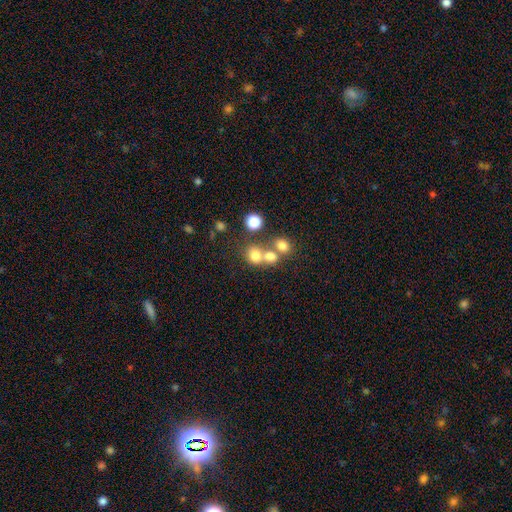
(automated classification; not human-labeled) This is likely a smooth galaxy (72%). How rounded: likely round (73%). Merging: marginally merger (44%).